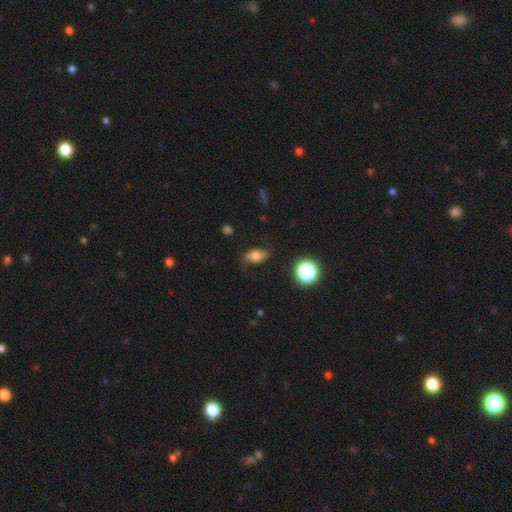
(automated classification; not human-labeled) A smooth galaxy with no disk features (58%) that is in between round and cigar-shaped (80%).

Vote fractions:
- Smooth or featured? smooth: 58% / featured or disk: 30% / star or artifact: 13%
- How rounded? in between: 80% / round: 16% / cigar-shaped: 4%
- Merging? none: 71% / minor disturbance: 20% / major disturbance: 7% / merger: 2%